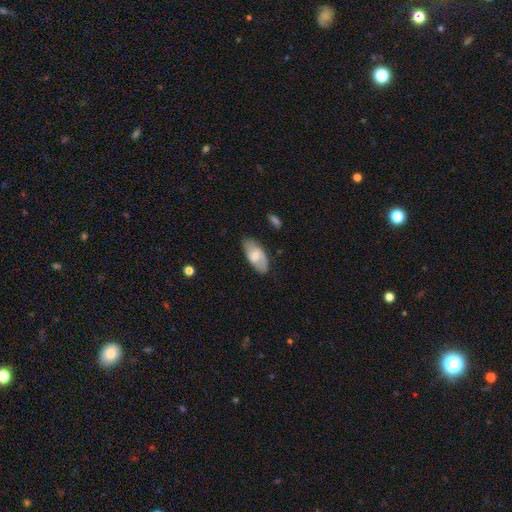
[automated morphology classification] Smooth or featured?
  - smooth: 64% *
  - featured or disk: 29%
  - star or artifact: 6%
How rounded?
  - in between: 92% *
  - cigar-shaped: 6%
  - round: 3%
Merging?
  - none: 74% *
  - minor disturbance: 20%
  - major disturbance: 5%
  - merger: 2%